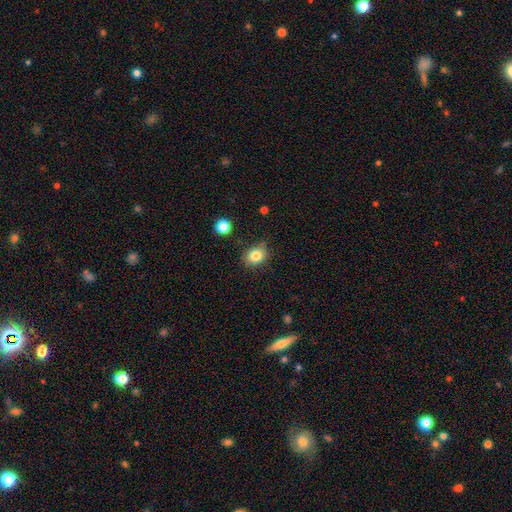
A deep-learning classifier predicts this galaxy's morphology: The model was most divided on "how rounded": round: 56%, in between: 43%, cigar-shaped: 1%. More confident: smooth or featured — smooth (83%); merging — none (79%).